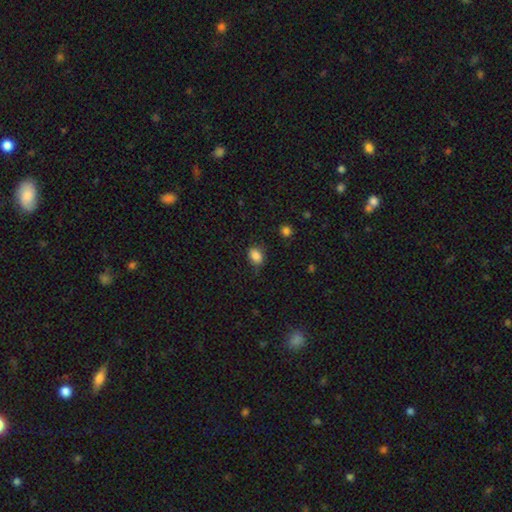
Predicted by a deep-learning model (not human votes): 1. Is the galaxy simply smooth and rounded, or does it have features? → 86% smooth, 10% star or artifact, 4% featured or disk.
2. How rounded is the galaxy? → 63% in between, 36% round, 1% cigar-shaped.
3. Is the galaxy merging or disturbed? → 75% none, 19% minor disturbance, 4% major disturbance, 1% merger.